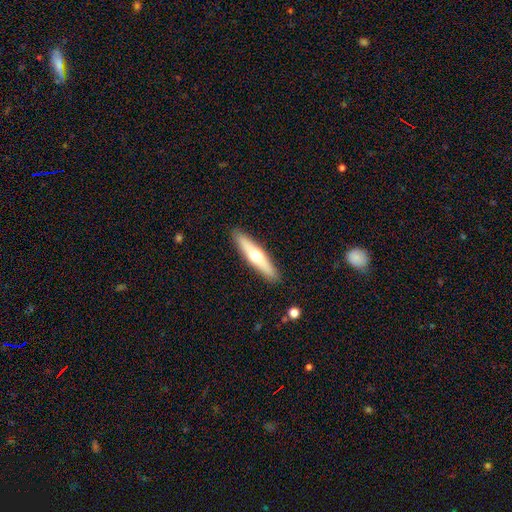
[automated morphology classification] smooth-or-featured: featured or disk: 48% | smooth: 47% | star or artifact: 5%
  merging: none: 90% | minor disturbance: 7% | major disturbance: 2% | merger: 1%